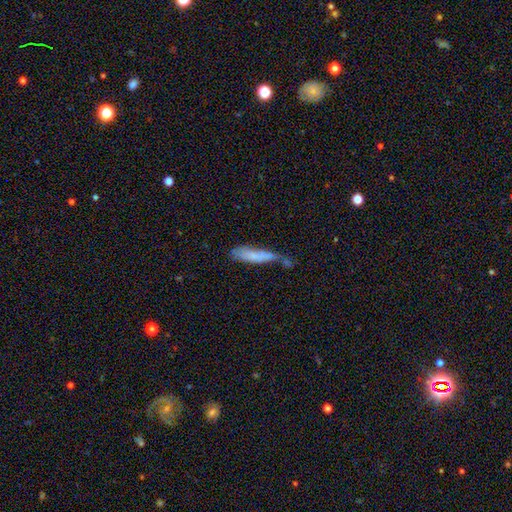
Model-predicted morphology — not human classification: Smooth or featured?
  - smooth: 71% *
  - featured or disk: 21%
  - star or artifact: 8%
How rounded?
  - cigar-shaped: 81% *
  - in between: 17%
  - round: 2%
Merging?
  - none: 38% *
  - minor disturbance: 30%
  - merger: 18%
  - major disturbance: 14%